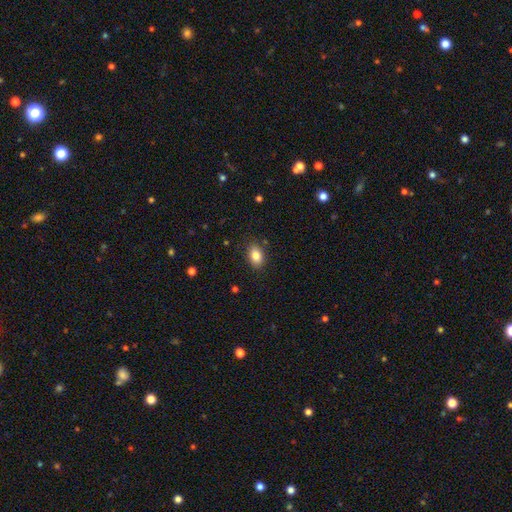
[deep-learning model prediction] smooth 84%, star or artifact 9%, featured or disk 7%. Down the decision tree: how rounded — in between (82%); merging — none (85%).